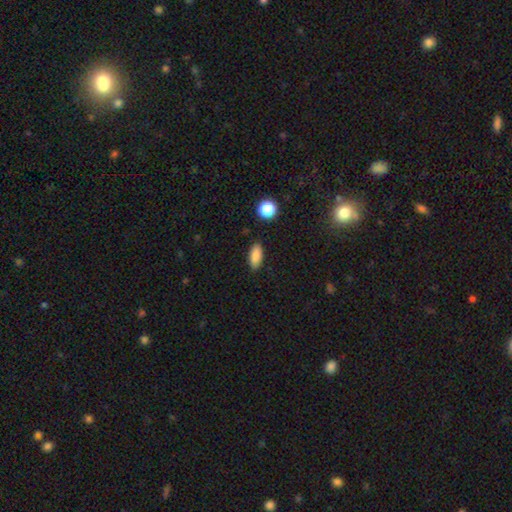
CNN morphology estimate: Smooth or featured? smooth (87%)
How rounded? in between (83%)
Merging? none (86%)